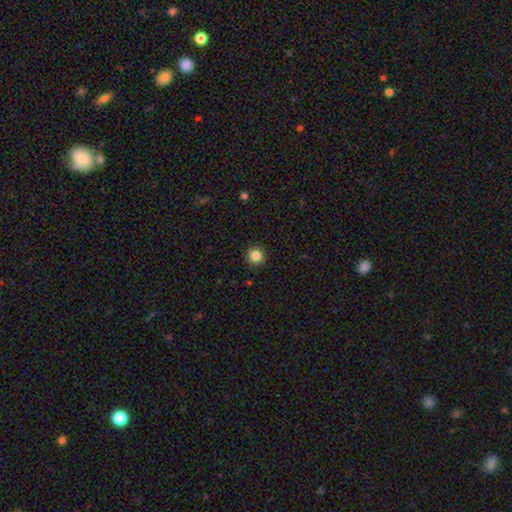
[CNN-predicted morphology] The model was most divided on "smooth or featured": smooth: 85%, star or artifact: 11%, featured or disk: 4%. More confident: how rounded — round (95%); merging — none (92%).